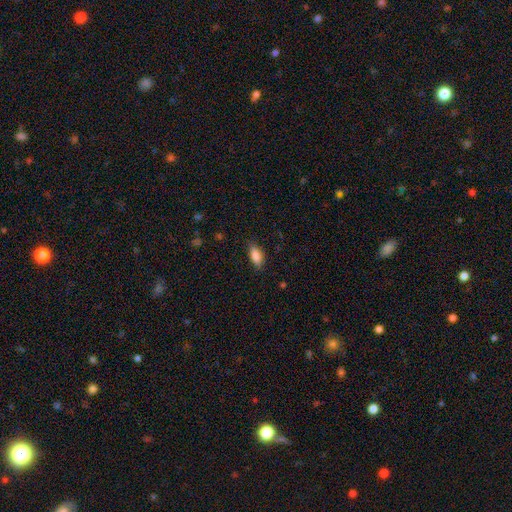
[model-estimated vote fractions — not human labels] Q: Smooth or featured?
A: smooth (87%); runner-up: star or artifact (7%)
Q: How rounded?
A: in between (83%); runner-up: cigar-shaped (15%)
Q: Merging?
A: none (82%); runner-up: minor disturbance (14%)